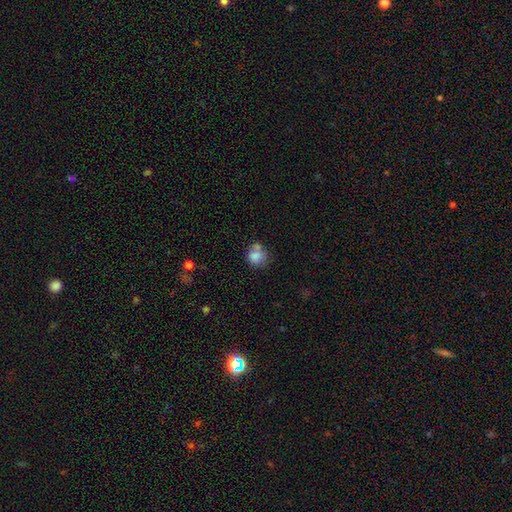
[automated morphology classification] Overall: smooth (79%). How rounded: round (77%). Merging: none (47%; merger 29%).